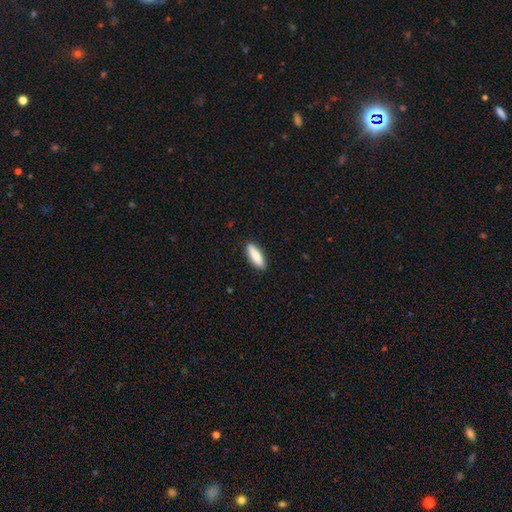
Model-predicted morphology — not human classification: The model was most divided on "how rounded": in between: 51%, cigar-shaped: 47%, round: 2%. More confident: merging — none (89%); smooth or featured — smooth (84%).